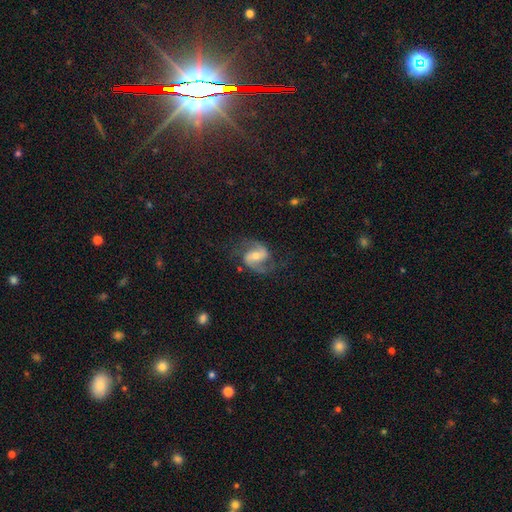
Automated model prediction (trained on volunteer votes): Smooth or featured? featured or disk (86%)
Edge-on disk? no (98%)
Bar? weak (44%)
Spiral arms? yes (97%)
Spiral winding? medium (52%)
Spiral arm count? 2 (93%)
Bulge size? moderate (53%)
Merging? none (74%)